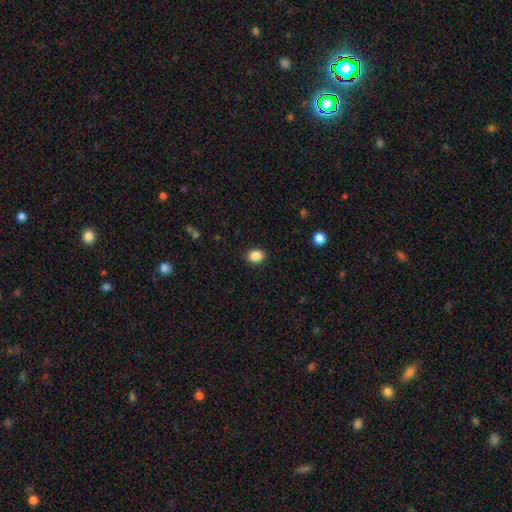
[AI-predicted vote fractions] A smooth galaxy with no disk features (87%) that is in between round and cigar-shaped (61%). Merging: none (90%).